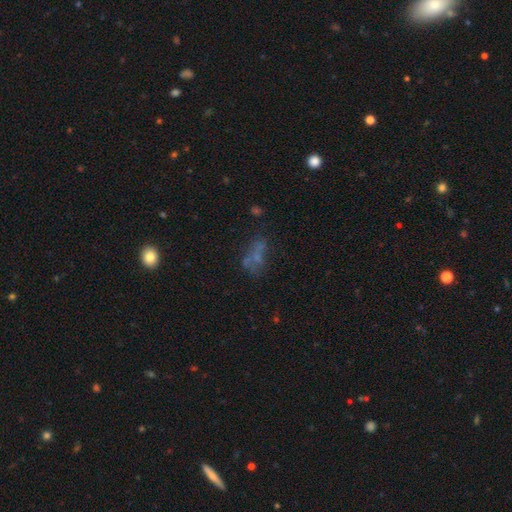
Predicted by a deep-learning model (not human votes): Smooth or featured? smooth (38%)
Merging? none (43%)